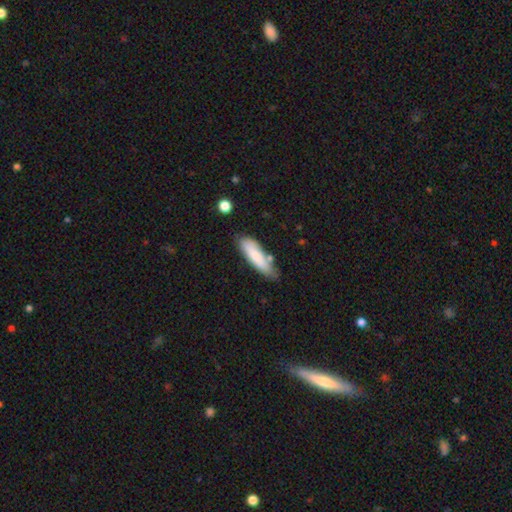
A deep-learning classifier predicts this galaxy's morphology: Smooth or featured? smooth (80%)
How rounded? cigar-shaped (62%)
Merging? none (67%)